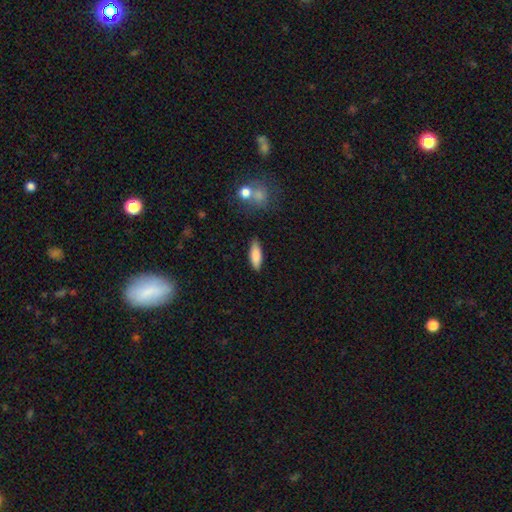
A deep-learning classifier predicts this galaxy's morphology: Smooth or featured? smooth (86%)
How rounded? in between (61%)
Merging? none (86%)